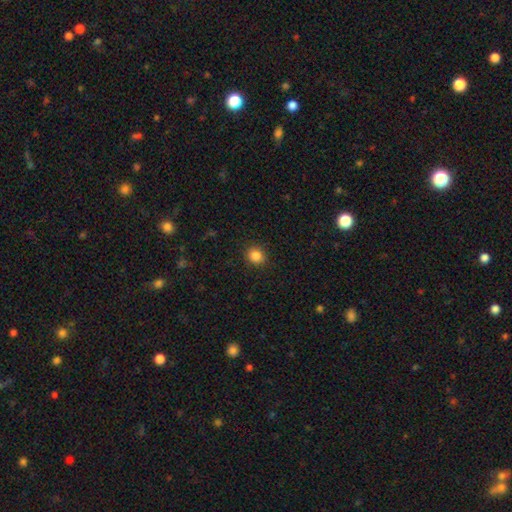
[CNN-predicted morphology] This appears to be a smooth galaxy with no disk features (86%) that is round (83%). Merging: none (91%).